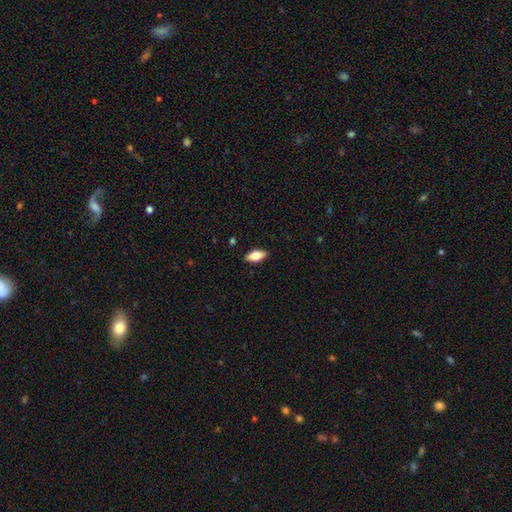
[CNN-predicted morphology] smooth-or-featured: smooth: 71% | featured or disk: 22% | star or artifact: 7%
  how-rounded: in between: 85% | cigar-shaped: 12% | round: 3%
  merging: none: 88% | minor disturbance: 9% | major disturbance: 2% | merger: 1%